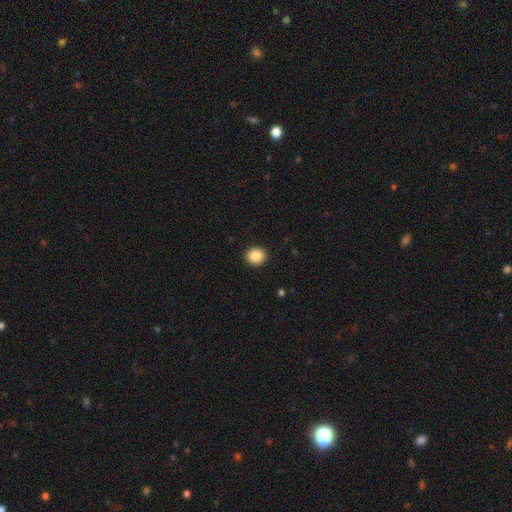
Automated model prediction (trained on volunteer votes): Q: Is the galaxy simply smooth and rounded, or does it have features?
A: smooth — 87%.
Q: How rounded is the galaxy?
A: round — 86%.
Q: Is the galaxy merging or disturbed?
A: none — 92%.